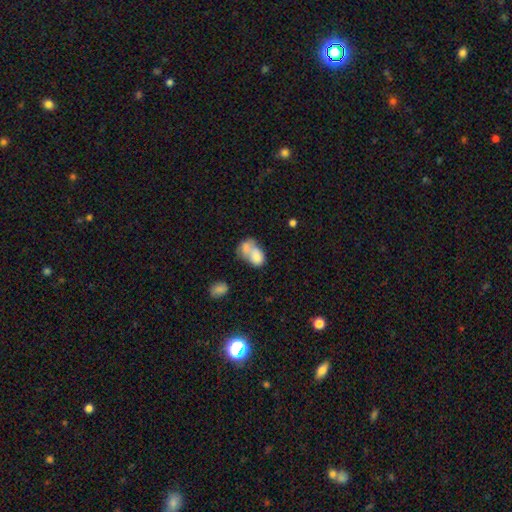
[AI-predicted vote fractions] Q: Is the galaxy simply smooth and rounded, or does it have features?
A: smooth — 72%.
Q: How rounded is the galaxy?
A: in between — 78%.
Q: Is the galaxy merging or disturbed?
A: merger — 69%.